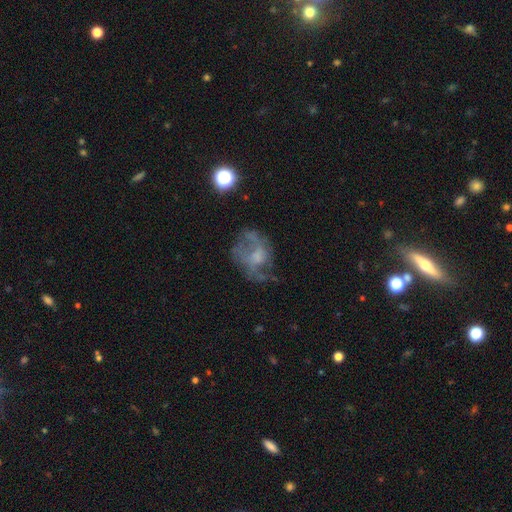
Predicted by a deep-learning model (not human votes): This is likely a featured or disk galaxy (62%). It is clearly not viewed edge-on (97%). Bar: likely no (74%). Spiral arm pattern: possibly yes (57%). Central bulge: marginally none (36%). Merging: marginally none (44%).